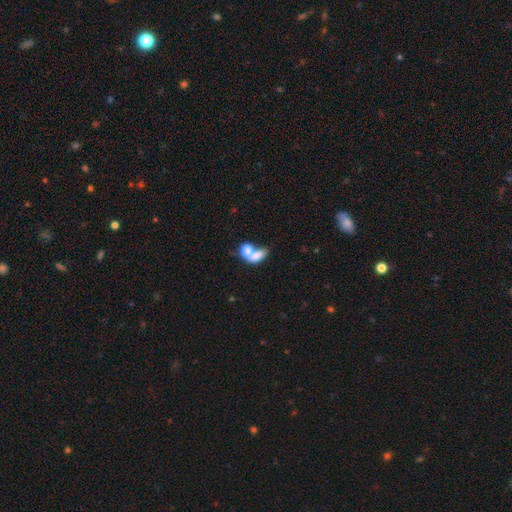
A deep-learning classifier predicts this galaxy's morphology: The model was most divided on "merging": merger: 70%, none: 18%, minor disturbance: 6%, major disturbance: 6%. More confident: how rounded — in between (79%); smooth or featured — smooth (72%).